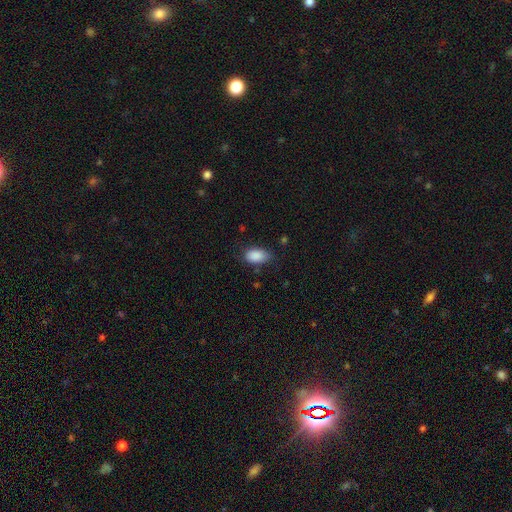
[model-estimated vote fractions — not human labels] smooth_or_featured: smooth (p=0.88) [alt: star or artifact p=0.08]
how_rounded: in between (p=0.92) [alt: round p=0.06]
merging: none (p=0.72) [alt: minor disturbance p=0.22]